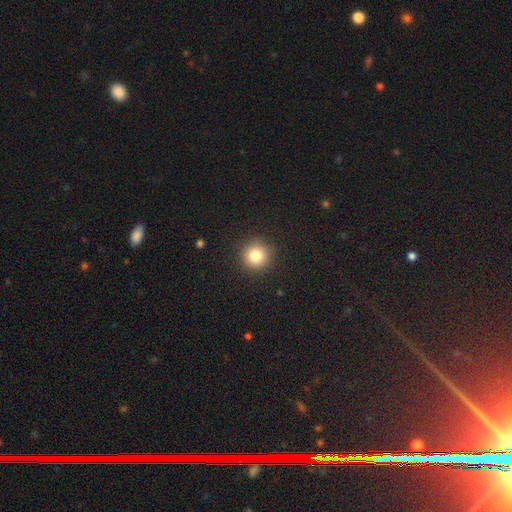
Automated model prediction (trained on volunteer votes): This appears to be a smooth galaxy with no disk features (81%) that is round (94%). Merging: none (91%).